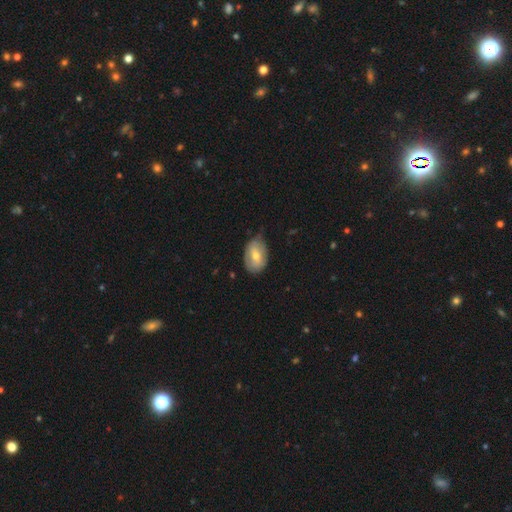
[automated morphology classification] This is possibly a smooth galaxy (59%). How rounded: clearly in between (84%). Merging: likely none (61%).